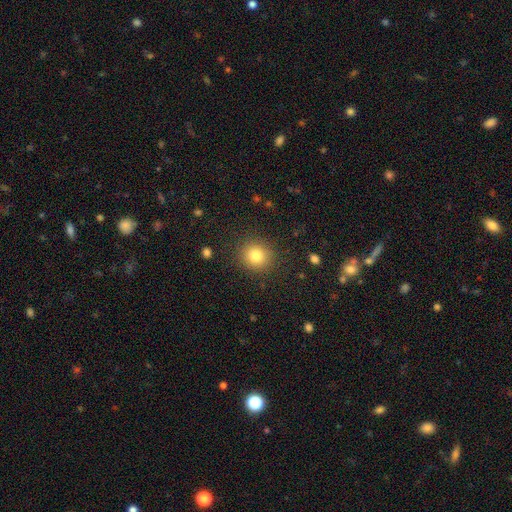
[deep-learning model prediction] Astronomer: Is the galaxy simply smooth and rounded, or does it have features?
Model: smooth — 82%.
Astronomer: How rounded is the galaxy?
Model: round — 87%.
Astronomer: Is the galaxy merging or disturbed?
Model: none — 88%.